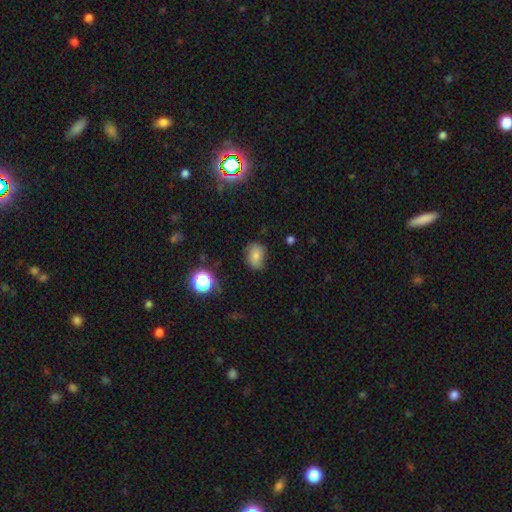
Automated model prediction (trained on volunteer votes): Q: Smooth or featured?
A: smooth (72%); runner-up: star or artifact (14%)
Q: How rounded?
A: in between (64%); runner-up: round (35%)
Q: Merging?
A: none (67%); runner-up: minor disturbance (25%)